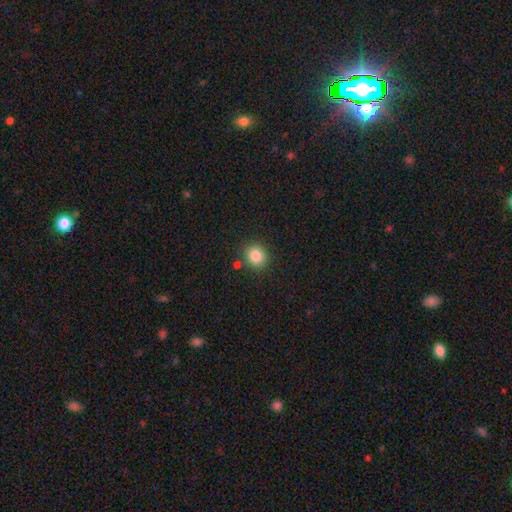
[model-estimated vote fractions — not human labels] A smooth galaxy with no disk features (84%) that is round (83%).

Vote fractions:
- Smooth or featured? smooth: 84% / star or artifact: 10% / featured or disk: 5%
- How rounded? round: 83% / in between: 16% / cigar-shaped: 1%
- Merging? none: 85% / minor disturbance: 8% / merger: 5% / major disturbance: 2%